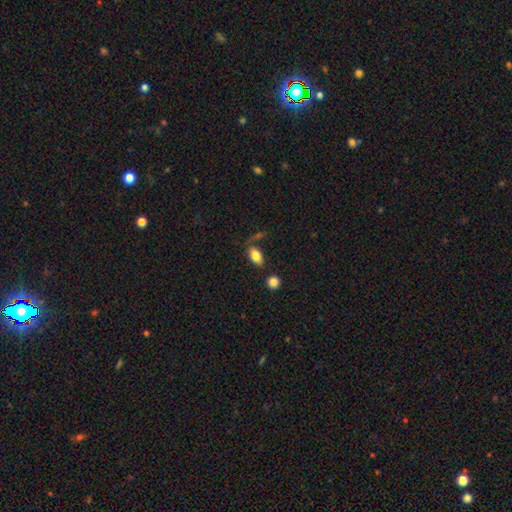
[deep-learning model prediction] smooth 83%, featured or disk 10%, star or artifact 8%. Down the decision tree: how rounded — in between (90%); merging — none (68%).